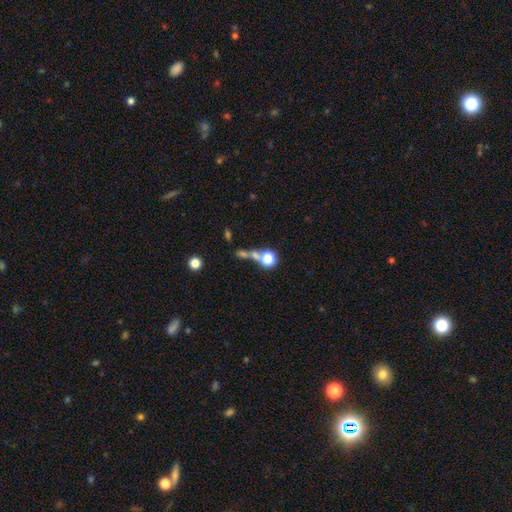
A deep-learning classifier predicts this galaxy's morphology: smooth 56%, star or artifact 25%, featured or disk 18%. Down the decision tree: how rounded — round (73%); merging — none (45%).